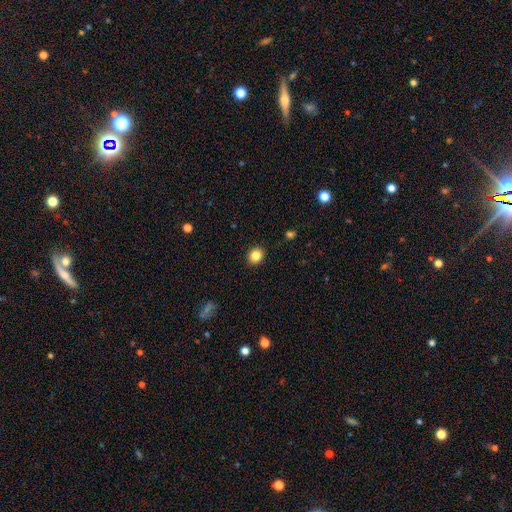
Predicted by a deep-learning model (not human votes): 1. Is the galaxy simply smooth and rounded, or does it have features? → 84% smooth, 11% star or artifact, 5% featured or disk.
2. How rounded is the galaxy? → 79% round, 20% in between, 1% cigar-shaped.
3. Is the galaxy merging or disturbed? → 92% none, 6% minor disturbance, 2% major disturbance, 1% merger.